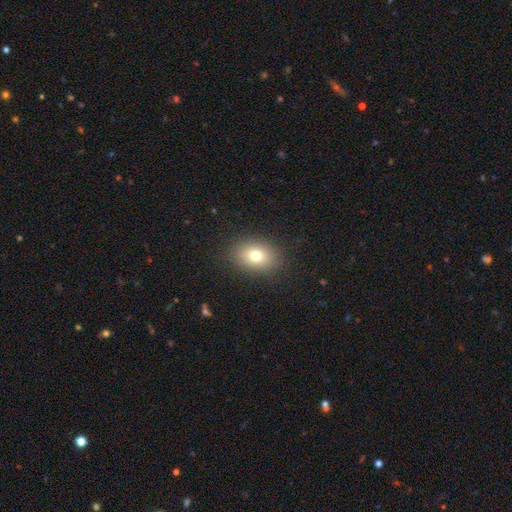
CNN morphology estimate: Q: Smooth or featured?
A: smooth (76%); runner-up: star or artifact (12%)
Q: How rounded?
A: in between (62%); runner-up: round (36%)
Q: Merging?
A: none (88%); runner-up: minor disturbance (8%)